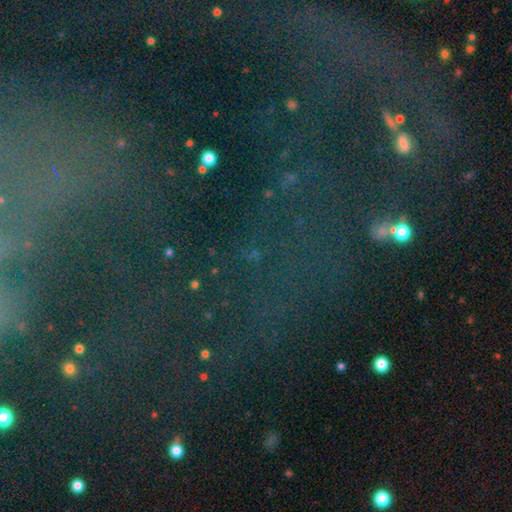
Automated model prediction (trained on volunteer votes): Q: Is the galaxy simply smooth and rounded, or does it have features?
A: star or artifact — 70%.